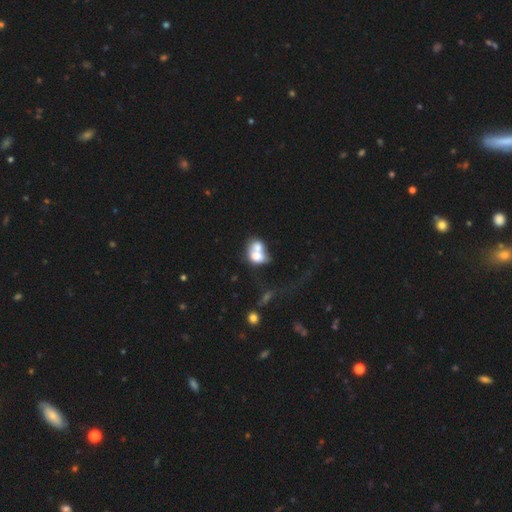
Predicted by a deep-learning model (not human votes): smooth 59%, featured or disk 31%, star or artifact 10%. Down the decision tree: how rounded — in between (59%); merging — merger (73%).